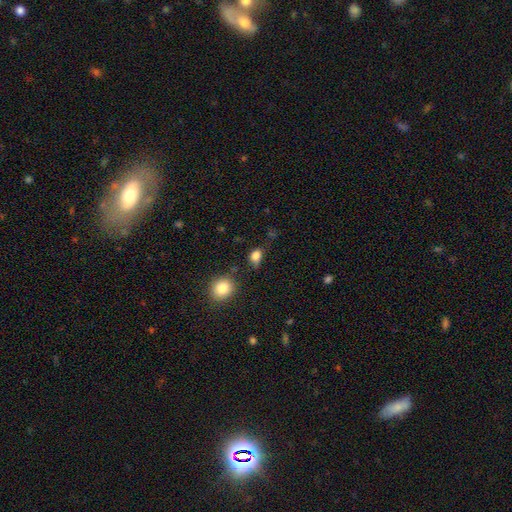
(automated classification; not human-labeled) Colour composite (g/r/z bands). It shows a smooth galaxy with no disk features (83%) that is in between round and cigar-shaped (67%). Merging: none (61%).